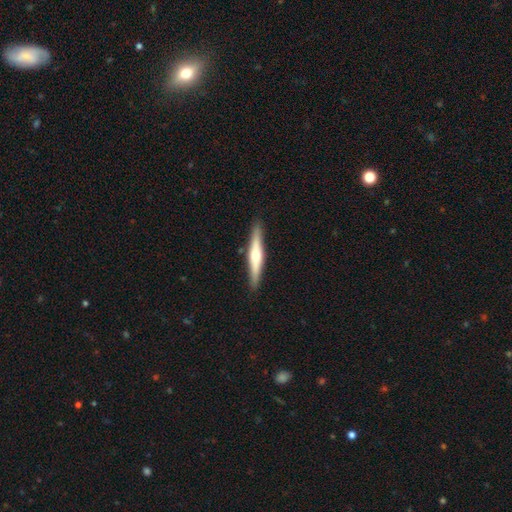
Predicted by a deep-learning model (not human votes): Smooth or featured: featured or disk — 59% (smooth — 36%)
Edge-on disk: yes — 96% (no — 4%)
Edge-on bulge: rounded — 88% (none — 7%)
Merging: none — 89% (minor disturbance — 8%)